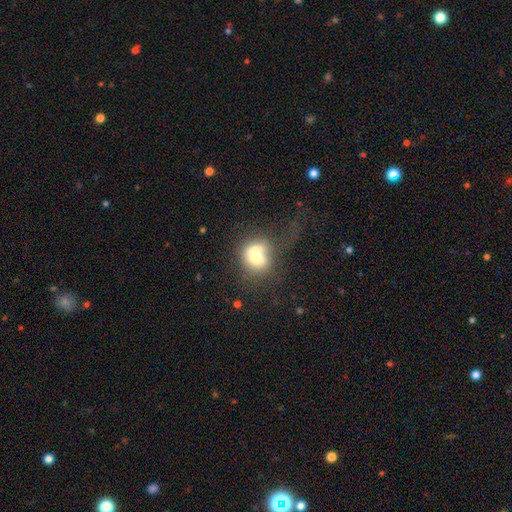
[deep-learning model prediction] Smooth or featured?
  - smooth: 58% *
  - featured or disk: 32%
  - star or artifact: 10%
How rounded?
  - round: 57% *
  - in between: 41%
  - cigar-shaped: 2%
Merging?
  - merger: 52% *
  - none: 21%
  - major disturbance: 16%
  - minor disturbance: 12%